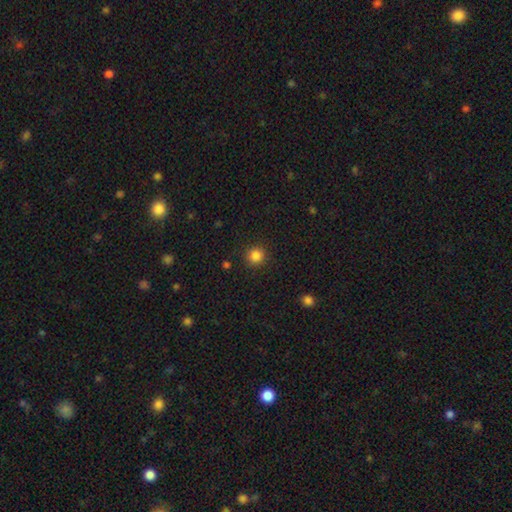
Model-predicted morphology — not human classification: This appears to be a smooth galaxy with no disk features (85%) that is round (93%). Merging: none (90%).